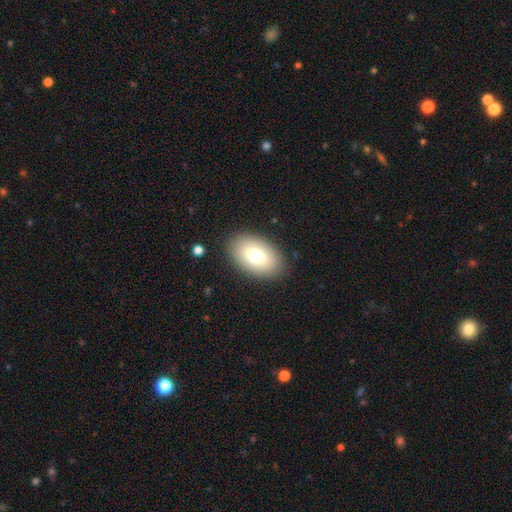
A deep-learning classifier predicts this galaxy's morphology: smooth_or_featured: smooth (p=0.72) [alt: featured or disk p=0.20]
how_rounded: in between (p=0.92) [alt: round p=0.07]
merging: none (p=0.87) [alt: minor disturbance p=0.09]